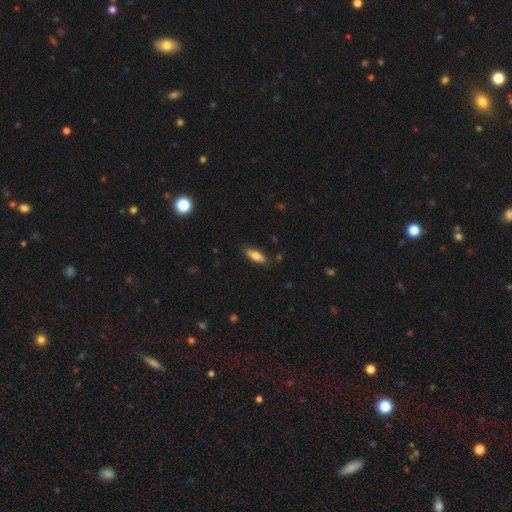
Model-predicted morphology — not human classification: Smooth or featured? Predicted: smooth (p=0.72). How rounded? Predicted: in between (p=0.68). Merging? Predicted: none (p=0.82).